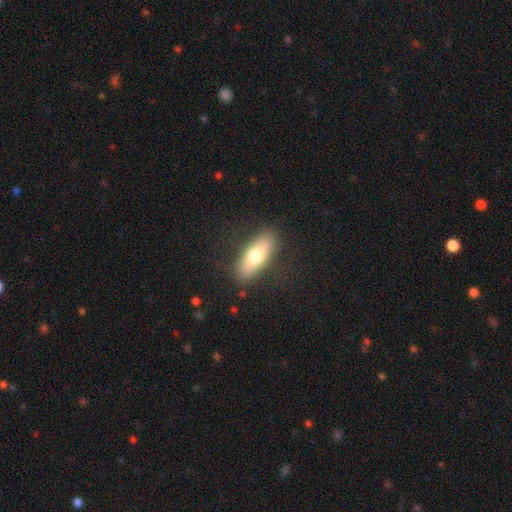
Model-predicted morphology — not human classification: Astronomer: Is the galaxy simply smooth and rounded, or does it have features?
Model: smooth — 67%.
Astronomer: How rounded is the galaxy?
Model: in between — 69%.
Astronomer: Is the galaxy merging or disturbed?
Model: none — 85%.